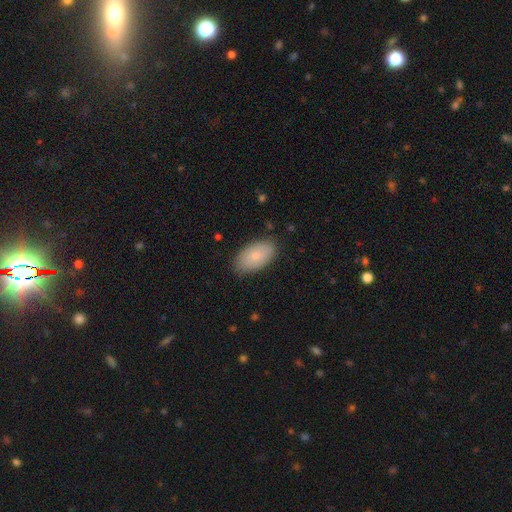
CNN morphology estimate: Smooth or featured?
  - smooth: 78% *
  - featured or disk: 15%
  - star or artifact: 7%
How rounded?
  - in between: 94% *
  - round: 4%
  - cigar-shaped: 2%
Merging?
  - none: 84% *
  - minor disturbance: 13%
  - major disturbance: 3%
  - merger: 1%